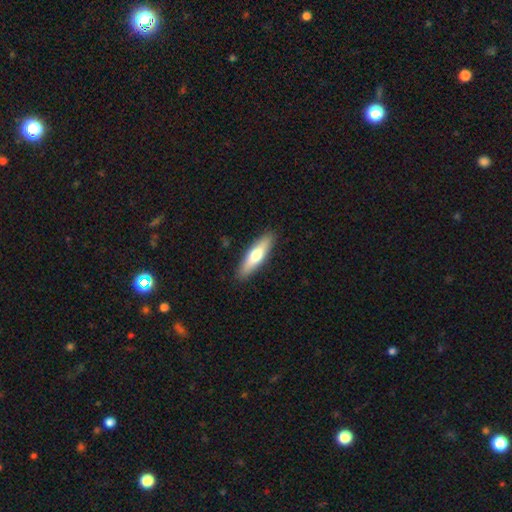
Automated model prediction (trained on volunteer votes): Overall: smooth (55%; featured or disk 39%). How rounded: cigar-shaped (69%; in between 30%). Merging: none (91%).